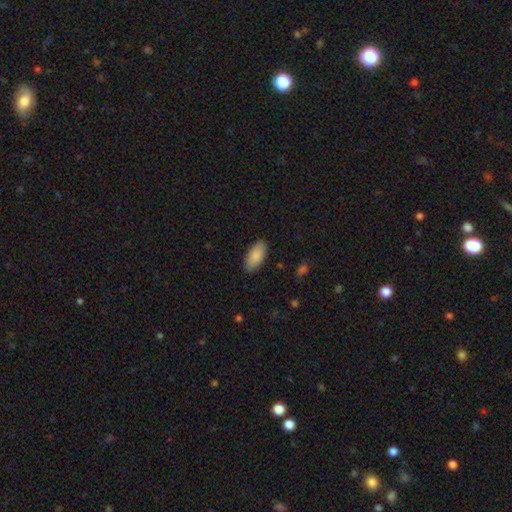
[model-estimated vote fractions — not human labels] A smooth galaxy with no disk features (89%) that is in between round and cigar-shaped (92%). Merging: none (87%).